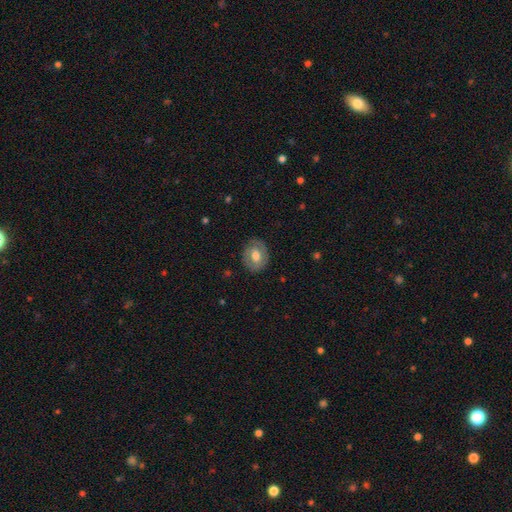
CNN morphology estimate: smooth_or_featured: smooth (p=0.55) [alt: featured or disk p=0.38]
how_rounded: in between (p=0.50) [alt: round p=0.49]
merging: none (p=0.82) [alt: minor disturbance p=0.13]